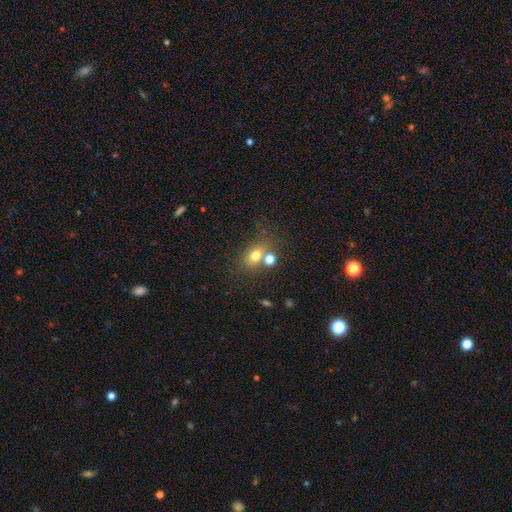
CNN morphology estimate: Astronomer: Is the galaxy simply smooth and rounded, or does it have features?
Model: smooth — 73%.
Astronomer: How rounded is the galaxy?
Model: in between — 63%.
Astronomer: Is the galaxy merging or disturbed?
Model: none — 53% (runner-up: merger, 29%).